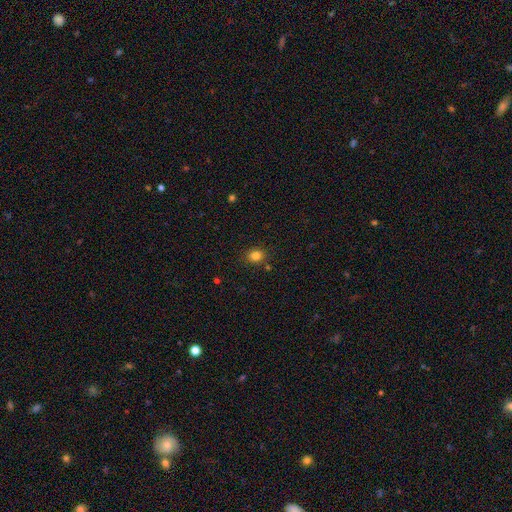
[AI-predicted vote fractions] This is clearly a smooth galaxy (81%). How rounded: likely round (68%). Merging: clearly none (86%).